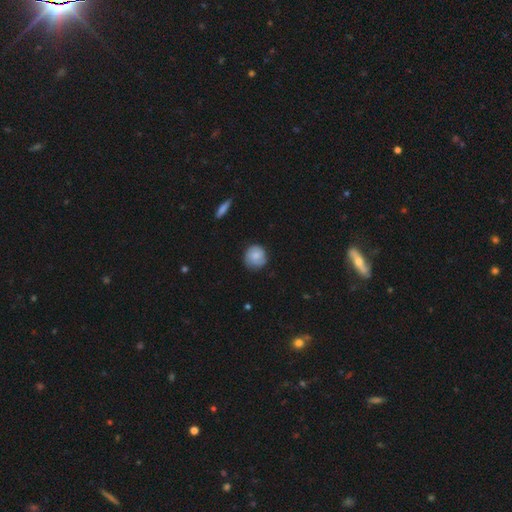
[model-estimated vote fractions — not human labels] Morphology: type=smooth (73%); roundness=round (90%); merging=none (75%).